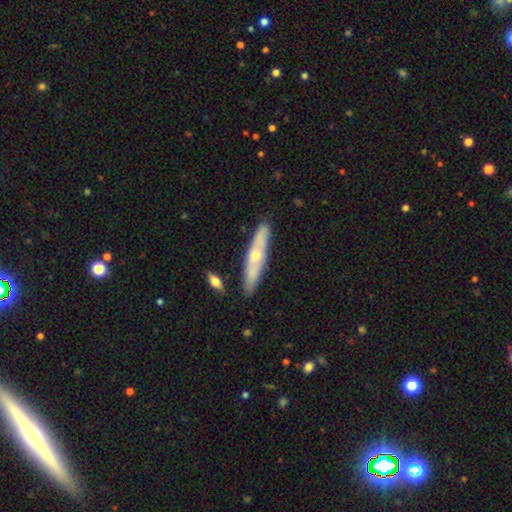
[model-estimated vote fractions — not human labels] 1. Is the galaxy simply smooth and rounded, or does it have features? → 54% featured or disk, 41% smooth, 5% star or artifact.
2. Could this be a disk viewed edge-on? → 66% yes, 34% no.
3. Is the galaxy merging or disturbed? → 82% none, 12% minor disturbance, 4% merger, 2% major disturbance.